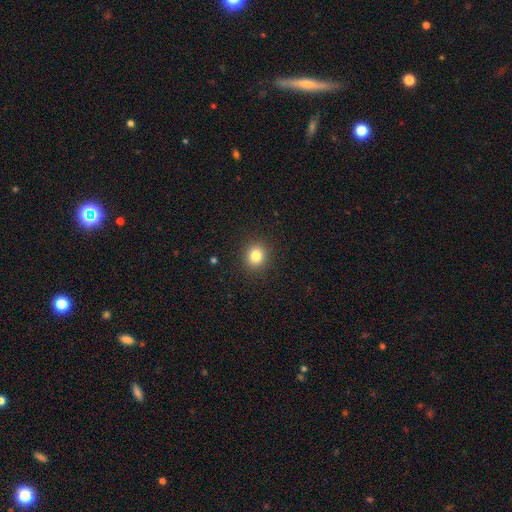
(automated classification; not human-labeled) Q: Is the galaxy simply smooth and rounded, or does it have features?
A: smooth — 82%.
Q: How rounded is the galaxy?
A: round — 85%.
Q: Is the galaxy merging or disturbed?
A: none — 91%.